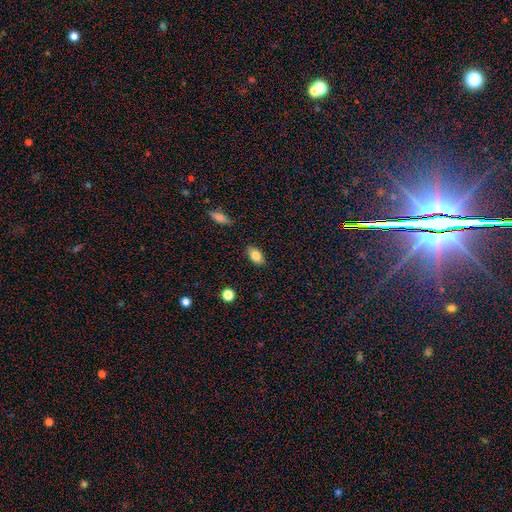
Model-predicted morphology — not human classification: Smooth or featured? smooth (83%)
How rounded? in between (89%)
Merging? none (86%)